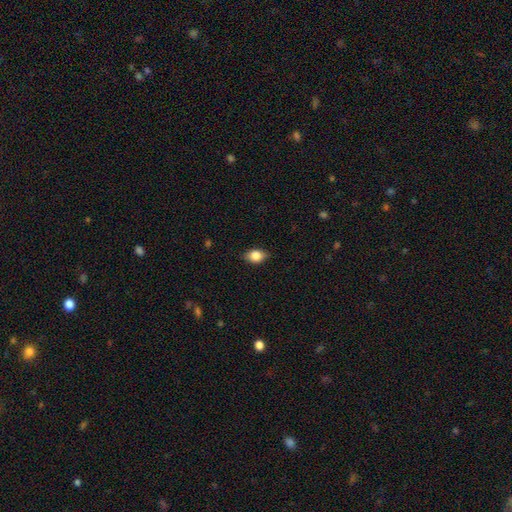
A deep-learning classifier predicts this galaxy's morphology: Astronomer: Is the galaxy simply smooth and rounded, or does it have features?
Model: smooth — 83%.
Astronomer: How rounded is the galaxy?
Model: in between — 78%.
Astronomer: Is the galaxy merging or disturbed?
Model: none — 83%.